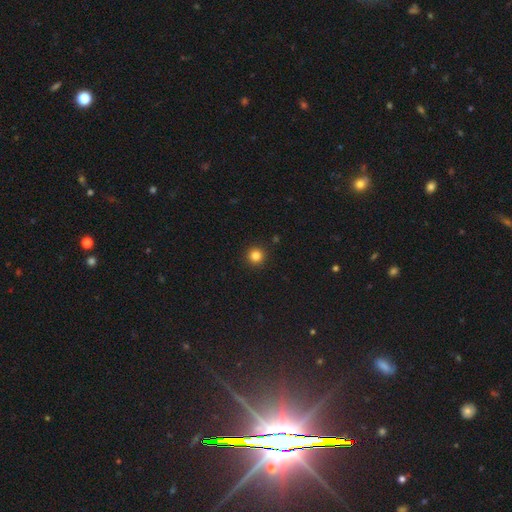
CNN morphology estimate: This is clearly a smooth galaxy (83%). How rounded: clearly round (96%). Merging: clearly none (93%).